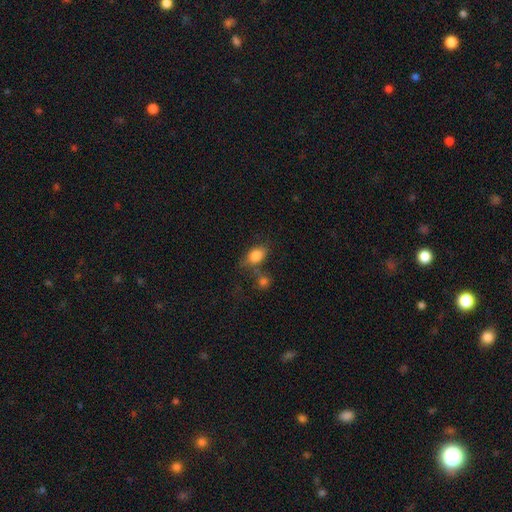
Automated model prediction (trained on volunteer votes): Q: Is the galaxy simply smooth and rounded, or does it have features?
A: smooth — 82%.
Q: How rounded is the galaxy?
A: in between — 79%.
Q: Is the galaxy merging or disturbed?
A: none — 51%.